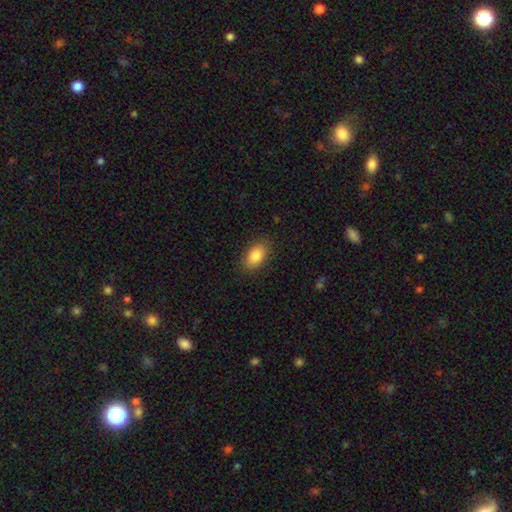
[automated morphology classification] A smooth galaxy with no disk features (85%) that is in between round and cigar-shaped (90%).

Vote fractions:
- Smooth or featured? smooth: 85% / star or artifact: 7% / featured or disk: 7%
- How rounded? in between: 90% / round: 8% / cigar-shaped: 2%
- Merging? none: 86% / minor disturbance: 10% / major disturbance: 3% / merger: 1%